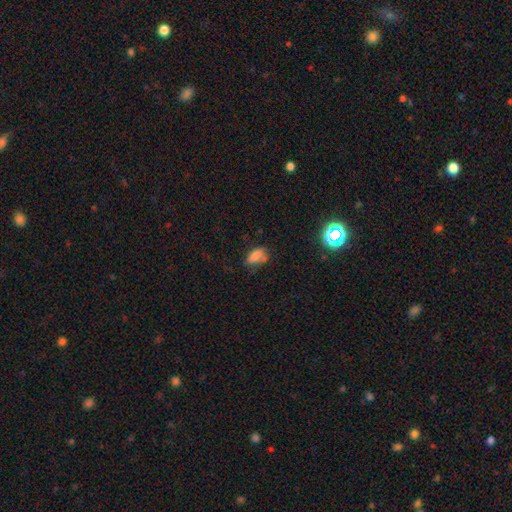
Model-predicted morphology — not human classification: Smooth or featured? Predicted: smooth (p=0.76). How rounded? Predicted: in between (p=0.87). Merging? Predicted: none (p=0.51).